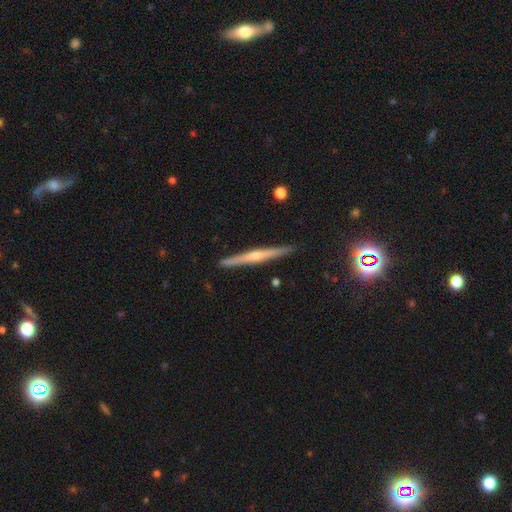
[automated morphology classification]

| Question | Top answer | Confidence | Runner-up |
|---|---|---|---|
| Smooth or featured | featured or disk | 68% | smooth (25%) |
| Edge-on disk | yes | 98% | no (2%) |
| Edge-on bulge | rounded | 70% | none (24%) |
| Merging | none | 91% | minor disturbance (7%) |